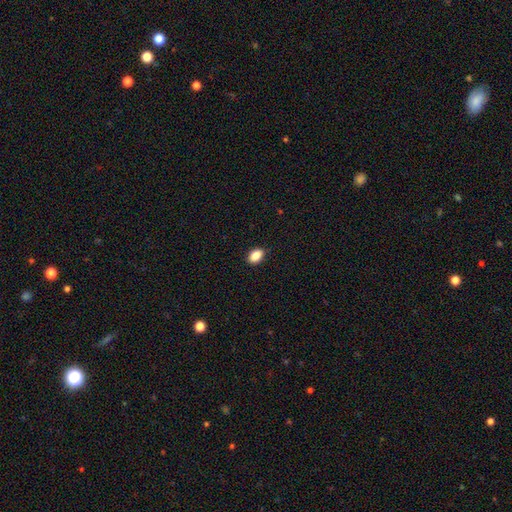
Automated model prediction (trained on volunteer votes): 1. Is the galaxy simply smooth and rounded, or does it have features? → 87% smooth, 8% star or artifact, 5% featured or disk.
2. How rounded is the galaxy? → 83% in between, 15% round, 1% cigar-shaped.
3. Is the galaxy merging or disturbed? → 89% none, 9% minor disturbance, 2% major disturbance, 1% merger.